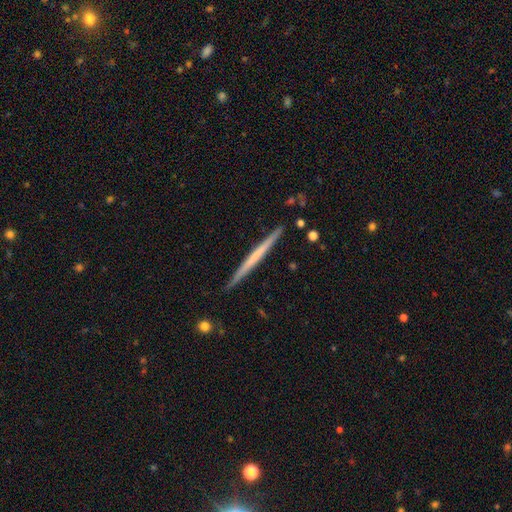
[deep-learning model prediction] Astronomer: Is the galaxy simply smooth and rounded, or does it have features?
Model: featured or disk — 54% (runner-up: smooth, 41%).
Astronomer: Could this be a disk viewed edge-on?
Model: yes — 98%.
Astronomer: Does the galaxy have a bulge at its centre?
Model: none — 88%.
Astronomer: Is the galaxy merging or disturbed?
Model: none — 91%.